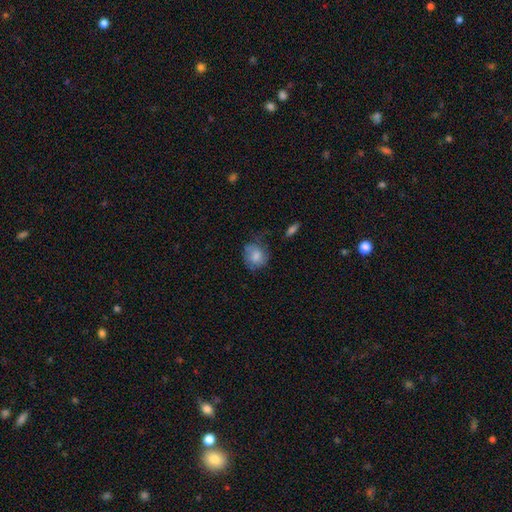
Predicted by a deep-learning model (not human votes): Smooth or featured?
  - smooth: 76% *
  - featured or disk: 16%
  - star or artifact: 8%
How rounded?
  - round: 69% *
  - in between: 30%
  - cigar-shaped: 1%
Merging?
  - none: 55% *
  - minor disturbance: 31%
  - major disturbance: 12%
  - merger: 3%